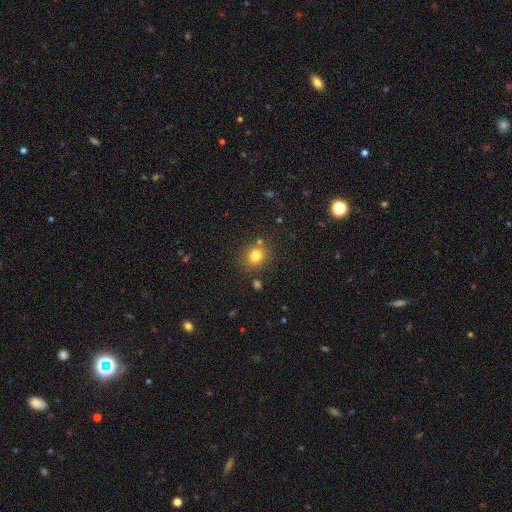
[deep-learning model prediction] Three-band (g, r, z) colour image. It shows a smooth galaxy with no disk features (80%) that is round (78%). Merging: none (79%).